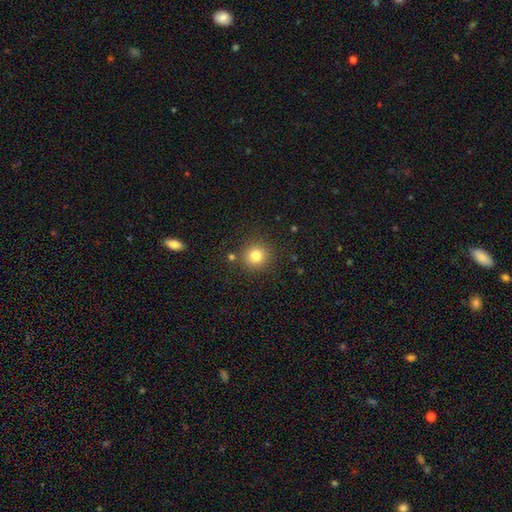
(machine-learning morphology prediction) smooth-or-featured: smooth: 82% | star or artifact: 12% | featured or disk: 6%
  how-rounded: round: 93% | in between: 6% | cigar-shaped: 1%
  merging: none: 86% | minor disturbance: 7% | merger: 4% | major disturbance: 3%